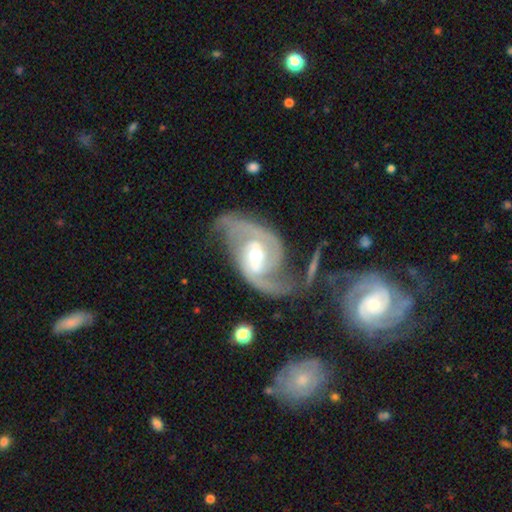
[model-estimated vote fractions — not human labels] This appears to be a featured or disk galaxy (91%) with a weak bar (43%), 2 (88%) medium (49%) spiral arms (97%) and a moderate central bulge (71%). Merging: none (53%).